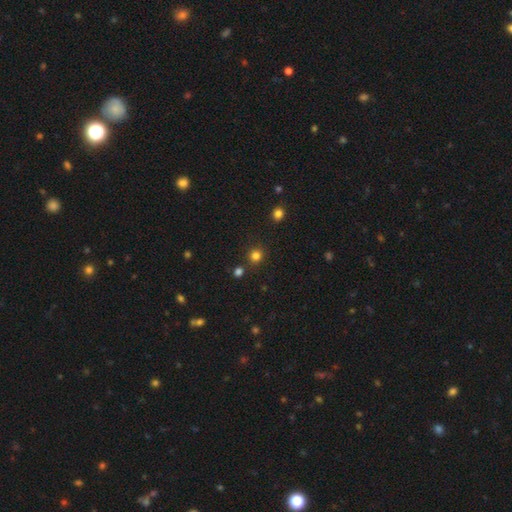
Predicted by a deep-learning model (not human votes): Q: Smooth or featured?
A: smooth (81%); runner-up: star or artifact (15%)
Q: How rounded?
A: round (91%); runner-up: in between (8%)
Q: Merging?
A: none (87%); runner-up: minor disturbance (6%)